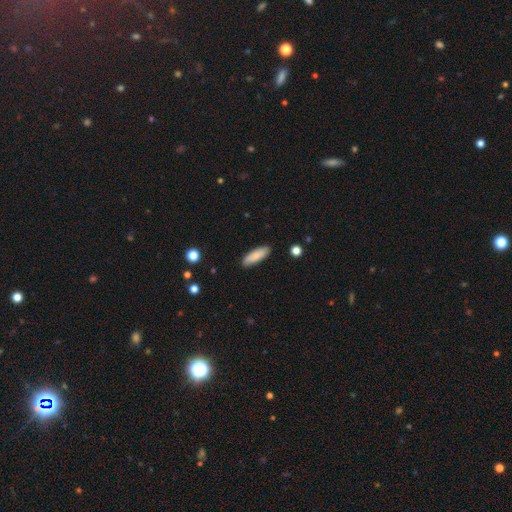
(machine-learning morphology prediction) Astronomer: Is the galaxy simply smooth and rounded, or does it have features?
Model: smooth — 86%.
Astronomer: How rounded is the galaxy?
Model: in between — 53% (runner-up: cigar-shaped, 45%).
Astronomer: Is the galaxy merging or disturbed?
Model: none — 89%.